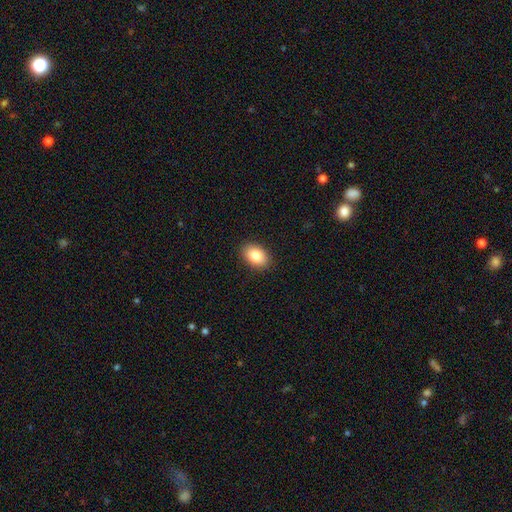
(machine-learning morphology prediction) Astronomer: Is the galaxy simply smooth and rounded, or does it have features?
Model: smooth — 84%.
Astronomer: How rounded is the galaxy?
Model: in between — 87%.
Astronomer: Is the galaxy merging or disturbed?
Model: none — 90%.